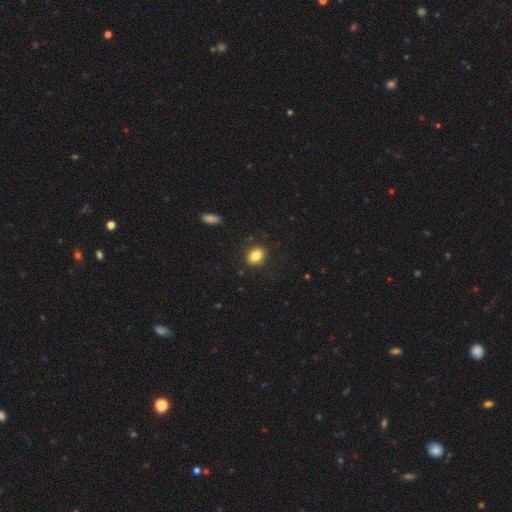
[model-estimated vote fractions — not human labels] Overall: smooth (84%). How rounded: in between (63%; round 36%). Merging: none (87%).